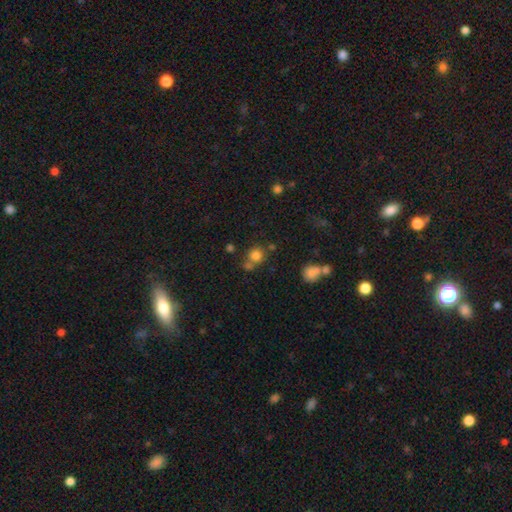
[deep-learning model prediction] This appears to be a smooth galaxy with no disk features (78%) that is round (86%). Merging: none (61%).